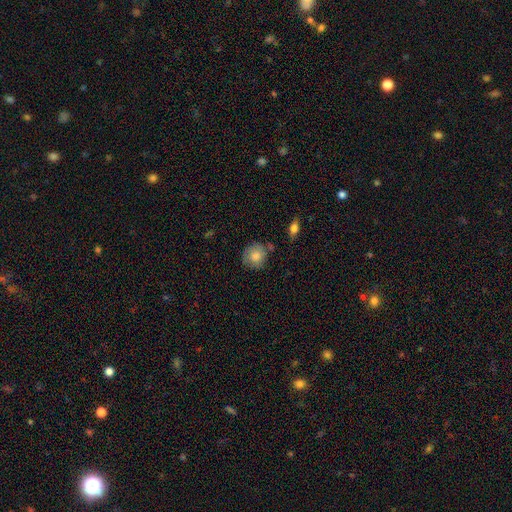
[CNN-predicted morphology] This is likely a smooth galaxy (79%). How rounded: clearly round (85%). Merging: likely none (72%).